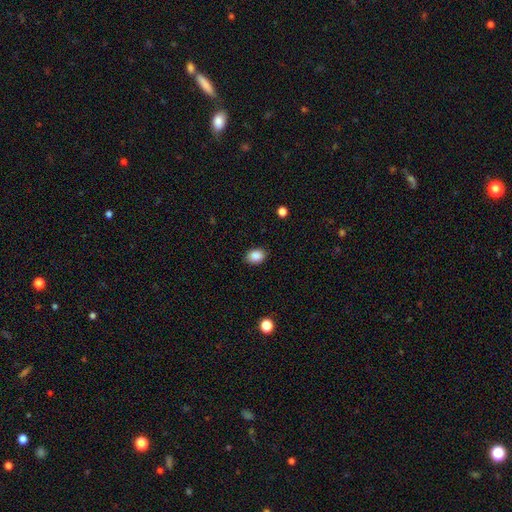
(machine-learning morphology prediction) The model was most divided on "how rounded": in between: 71%, round: 28%, cigar-shaped: 1%. More confident: smooth or featured — smooth (88%); merging — none (86%).